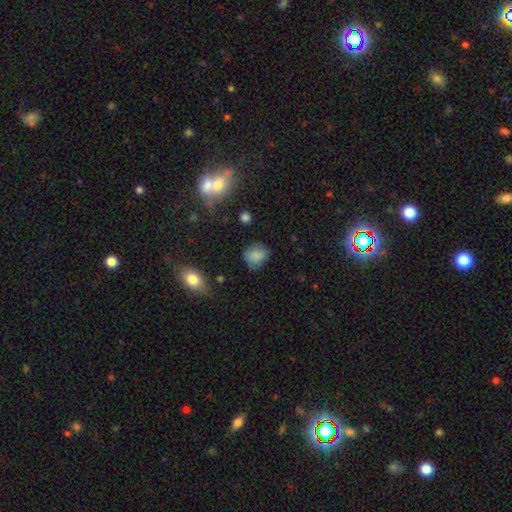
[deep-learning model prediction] Smooth or featured? smooth (82%)
How rounded? round (59%)
Merging? none (69%)